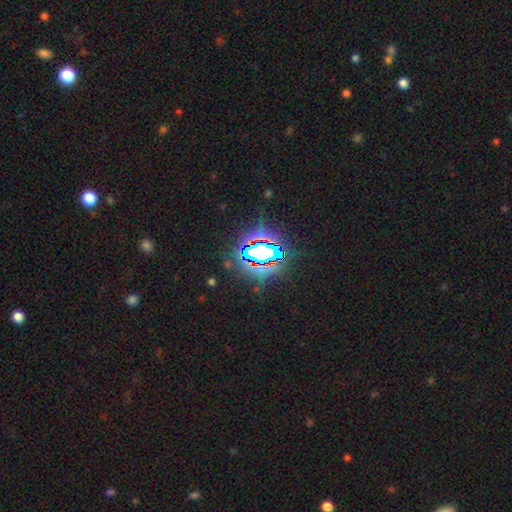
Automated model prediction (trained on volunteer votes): Smooth or featured? star or artifact (78%)